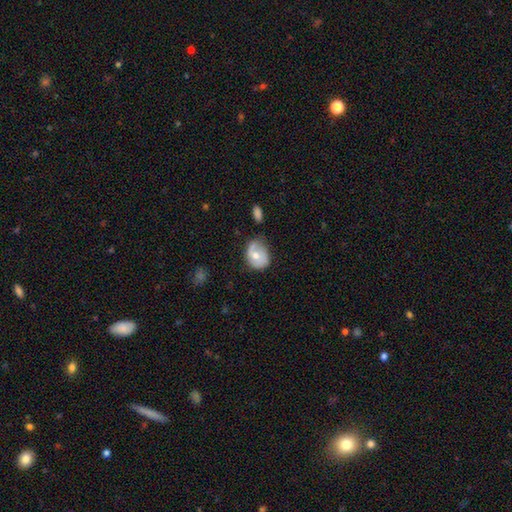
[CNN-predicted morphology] smooth-or-featured: smooth: 51% | featured or disk: 41% | star or artifact: 7%
  how-rounded: in between: 54% | round: 45% | cigar-shaped: 1%
  merging: none: 47% | minor disturbance: 35% | major disturbance: 13% | merger: 5%